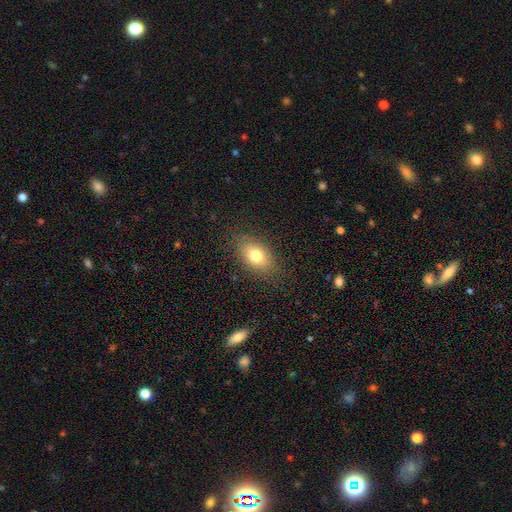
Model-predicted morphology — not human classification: smooth 75%, featured or disk 14%, star or artifact 10%. Down the decision tree: how rounded — in between (82%); merging — none (83%).